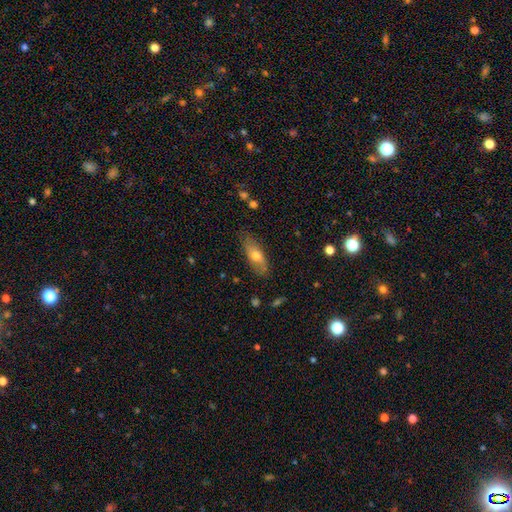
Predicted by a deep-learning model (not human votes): A smooth galaxy with no disk features (63%) that is in between round and cigar-shaped (75%). Merging: none (74%).